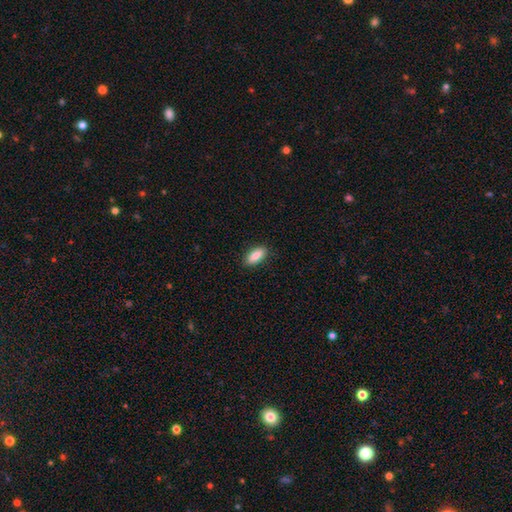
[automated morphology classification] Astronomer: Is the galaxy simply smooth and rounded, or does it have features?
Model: smooth — 87%.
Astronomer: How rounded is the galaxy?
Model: in between — 76%.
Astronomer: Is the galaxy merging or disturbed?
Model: none — 89%.